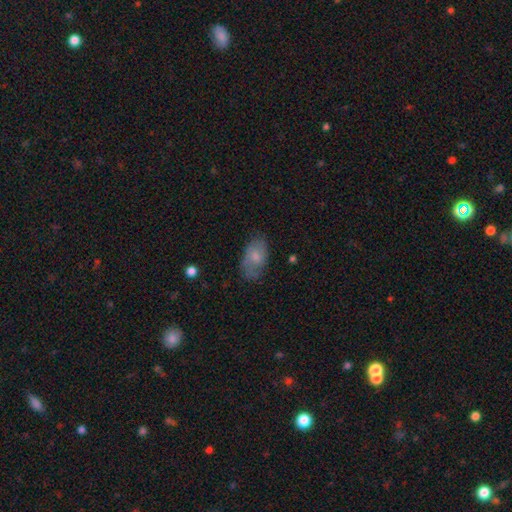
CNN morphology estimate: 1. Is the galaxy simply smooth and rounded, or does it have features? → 53% smooth, 37% featured or disk, 11% star or artifact.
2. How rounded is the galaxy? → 90% in between, 7% round, 3% cigar-shaped.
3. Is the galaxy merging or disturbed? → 73% none, 19% minor disturbance, 6% major disturbance, 1% merger.